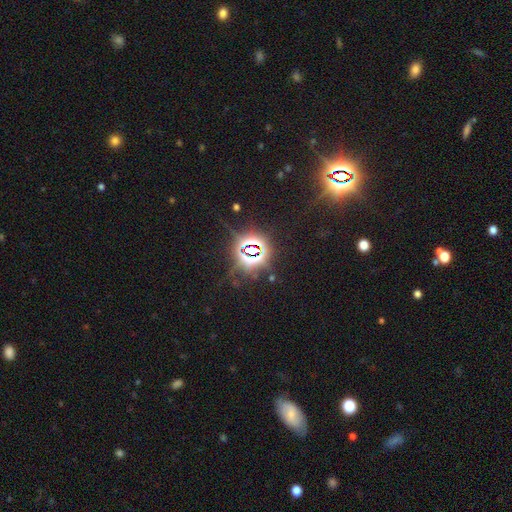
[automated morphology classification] Smooth or featured? Predicted: star or artifact (p=0.83).